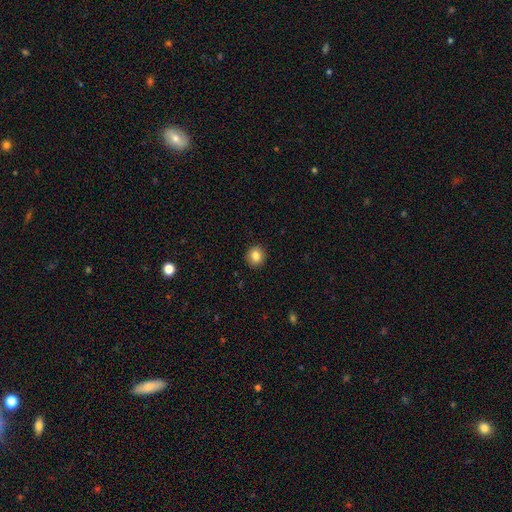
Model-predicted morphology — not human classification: smooth 83%, star or artifact 10%, featured or disk 7%. Down the decision tree: how rounded — round (86%); merging — none (92%).